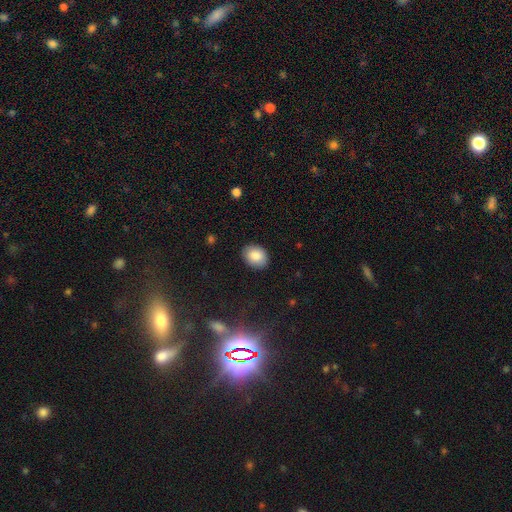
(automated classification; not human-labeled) Smooth or featured: smooth — 87% (star or artifact — 8%)
How rounded: in between — 65% (round — 34%)
Merging: none — 88% (minor disturbance — 9%)